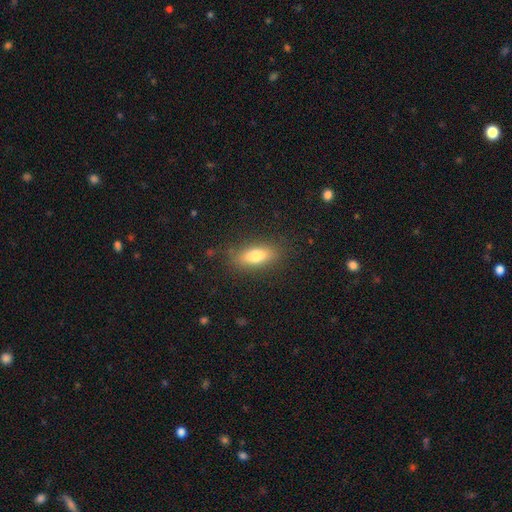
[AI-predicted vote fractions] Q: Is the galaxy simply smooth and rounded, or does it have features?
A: smooth — 75%.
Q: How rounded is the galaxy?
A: in between — 71%.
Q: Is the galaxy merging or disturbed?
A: none — 84%.